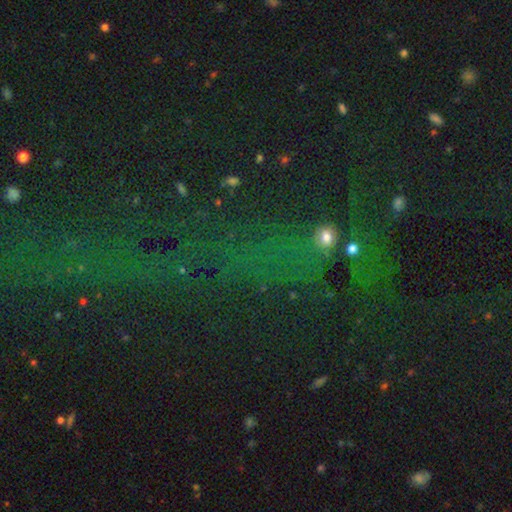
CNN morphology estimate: Smooth or featured: star or artifact — 68% (smooth — 19%)